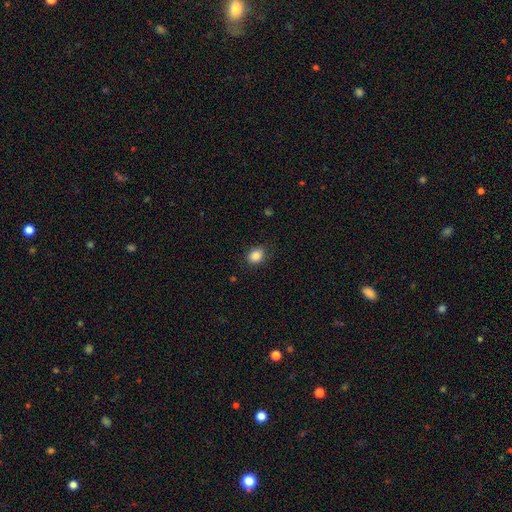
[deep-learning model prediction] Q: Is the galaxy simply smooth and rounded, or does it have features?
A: smooth — 87%.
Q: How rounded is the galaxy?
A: in between — 64%.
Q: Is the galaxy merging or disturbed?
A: none — 83%.